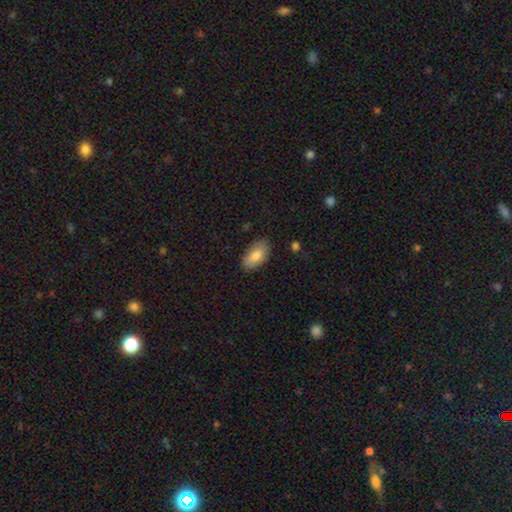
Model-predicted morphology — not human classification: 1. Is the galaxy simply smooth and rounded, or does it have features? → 82% smooth, 12% featured or disk, 6% star or artifact.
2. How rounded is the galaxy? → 94% in between, 4% cigar-shaped, 3% round.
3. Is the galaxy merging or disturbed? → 80% none, 15% minor disturbance, 3% major disturbance, 1% merger.